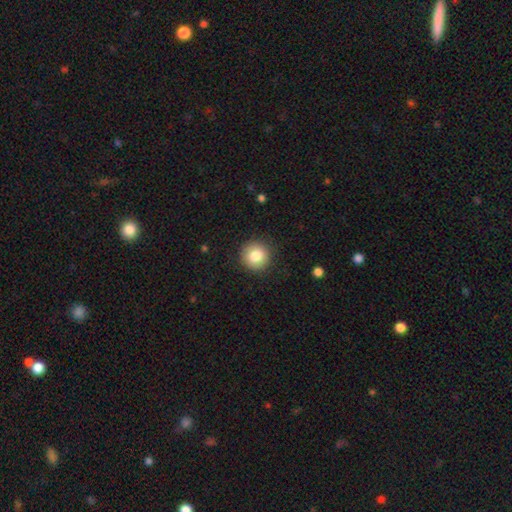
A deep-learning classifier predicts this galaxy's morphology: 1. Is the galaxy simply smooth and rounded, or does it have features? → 82% smooth, 9% star or artifact, 9% featured or disk.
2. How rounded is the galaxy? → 94% round, 5% in between, 1% cigar-shaped.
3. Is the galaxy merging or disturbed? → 90% none, 7% minor disturbance, 2% major disturbance, 1% merger.